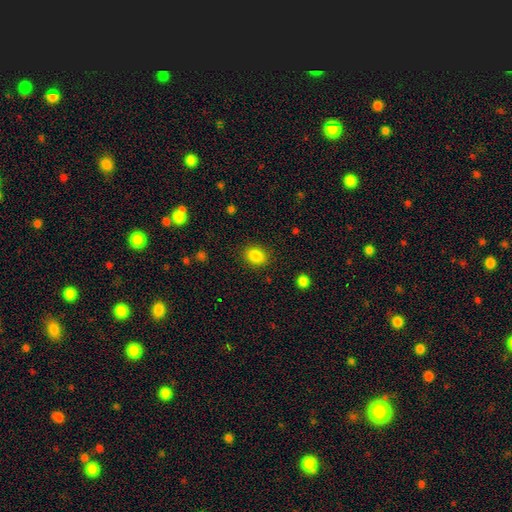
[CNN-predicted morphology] Smooth or featured? Predicted: smooth (p=0.86). How rounded? Predicted: in between (p=0.54). Merging? Predicted: none (p=0.87).